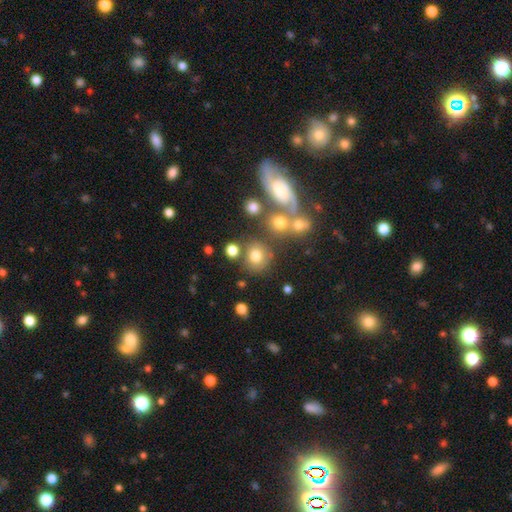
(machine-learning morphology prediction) This appears to be a smooth galaxy with no disk features (72%) that is round (79%). Merging: none (65%).